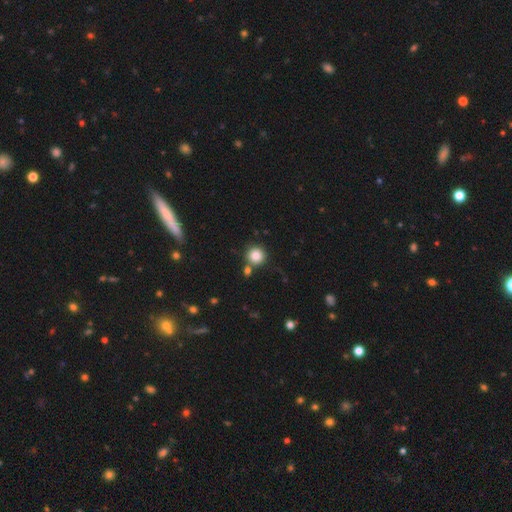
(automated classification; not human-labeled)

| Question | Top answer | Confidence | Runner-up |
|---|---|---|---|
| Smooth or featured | smooth | 83% | star or artifact (10%) |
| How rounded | round | 94% | in between (5%) |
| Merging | none | 78% | merger (12%) |